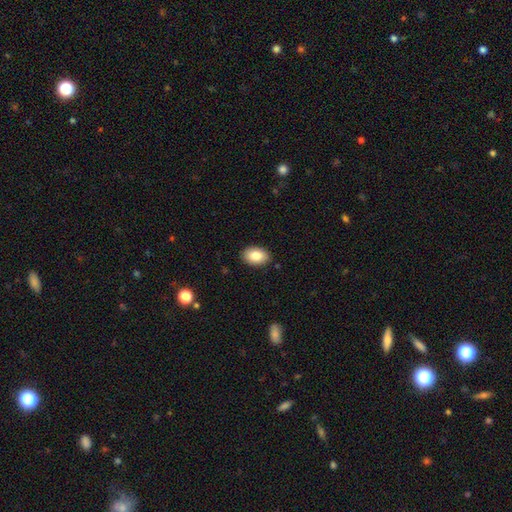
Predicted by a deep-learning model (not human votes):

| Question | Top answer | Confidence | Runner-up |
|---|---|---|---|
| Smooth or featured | smooth | 86% | featured or disk (7%) |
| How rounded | in between | 89% | round (10%) |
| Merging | none | 87% | minor disturbance (10%) |